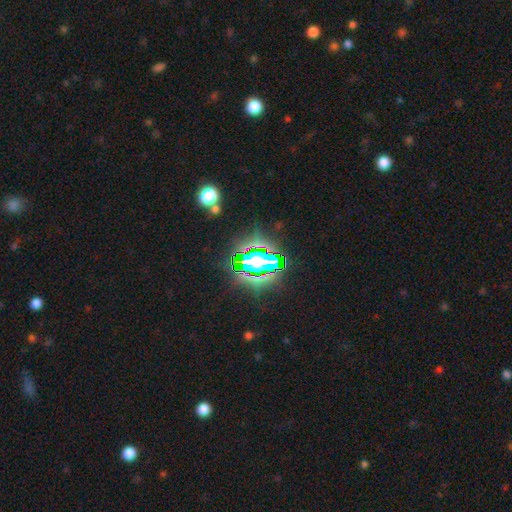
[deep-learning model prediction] Smooth or featured?
  - star or artifact: 72% *
  - smooth: 14%
  - featured or disk: 14%